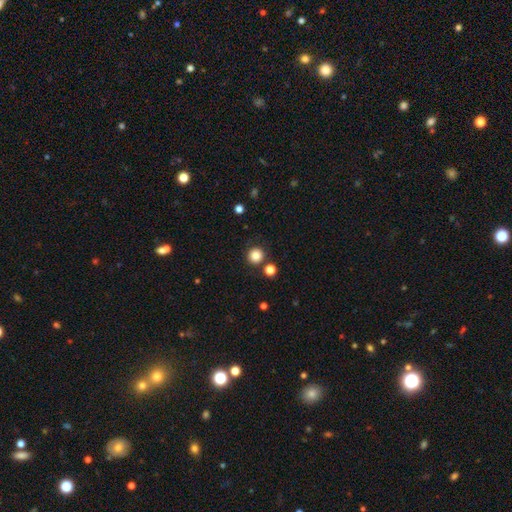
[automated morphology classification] Smooth or featured? Predicted: smooth (p=0.84). How rounded? Predicted: round (p=0.94). Merging? Predicted: none (p=0.85).